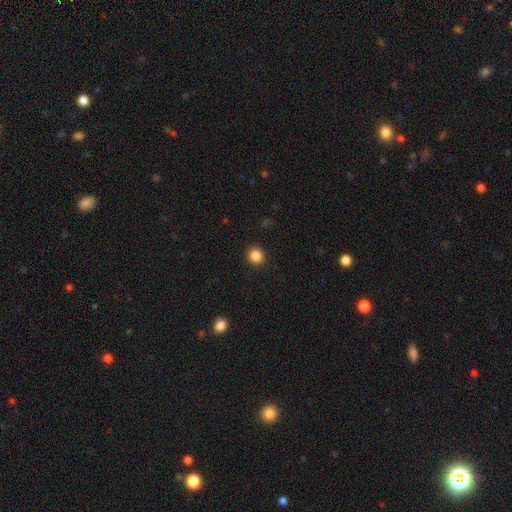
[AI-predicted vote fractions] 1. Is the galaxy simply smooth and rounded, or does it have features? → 85% smooth, 11% star or artifact, 4% featured or disk.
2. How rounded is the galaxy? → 89% round, 10% in between, 1% cigar-shaped.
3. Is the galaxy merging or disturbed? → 92% none, 5% minor disturbance, 2% major disturbance, 1% merger.